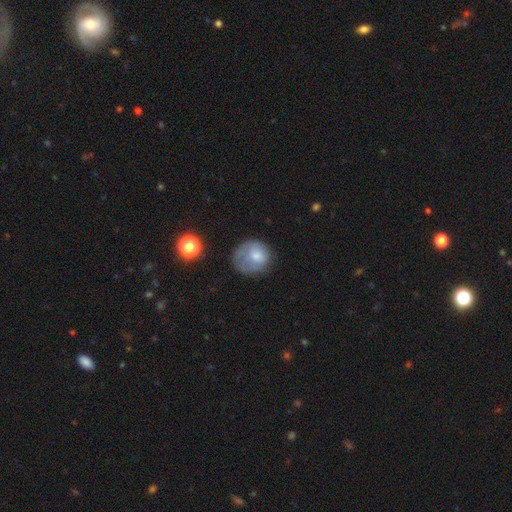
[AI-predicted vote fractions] This is likely a smooth galaxy (64%). How rounded: likely round (77%). Merging: possibly none (49%).